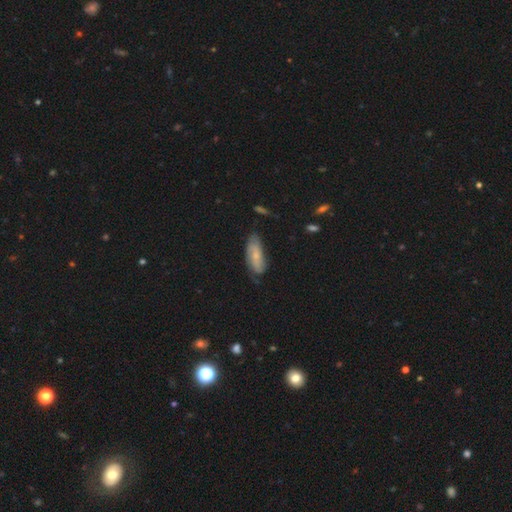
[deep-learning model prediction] smooth_or_featured: smooth (p=0.53) [alt: featured or disk p=0.40]
how_rounded: in between (p=0.73) [alt: cigar-shaped p=0.25]
merging: none (p=0.61) [alt: minor disturbance p=0.29]